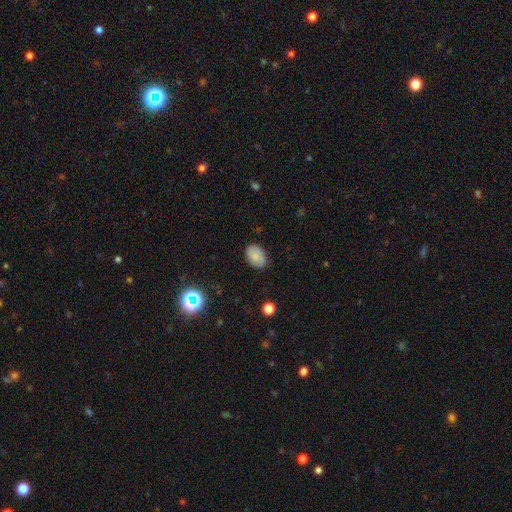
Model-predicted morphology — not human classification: This appears to be a smooth galaxy with no disk features (79%) that is in between round and cigar-shaped (83%). Merging: none (82%).